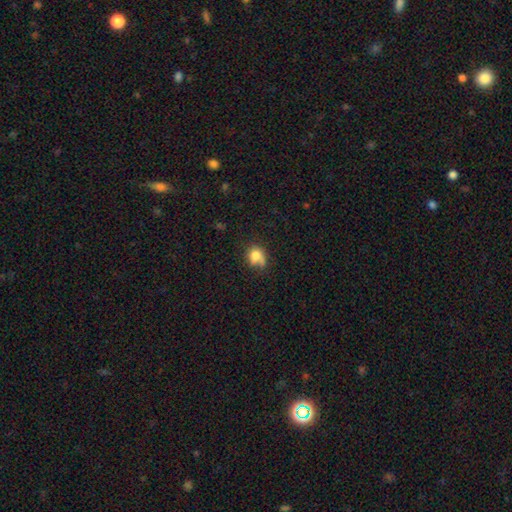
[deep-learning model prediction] A smooth galaxy with no disk features (76%) that is round (60%). Merging: none (43%).